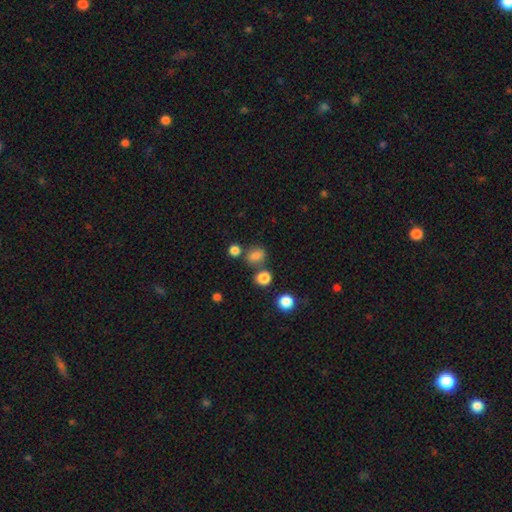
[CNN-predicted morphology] The model was most divided on "how rounded": round: 52%, in between: 46%, cigar-shaped: 1%. More confident: smooth or featured — smooth (78%); merging — none (69%).